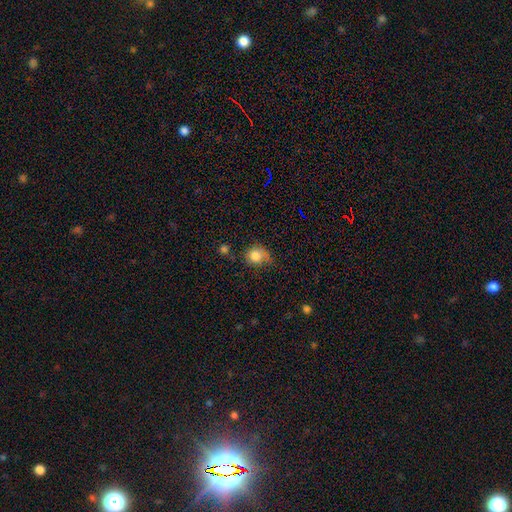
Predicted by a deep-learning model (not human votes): Morphology: type=smooth (80%); roundness=round (77%); merging=none (47%).